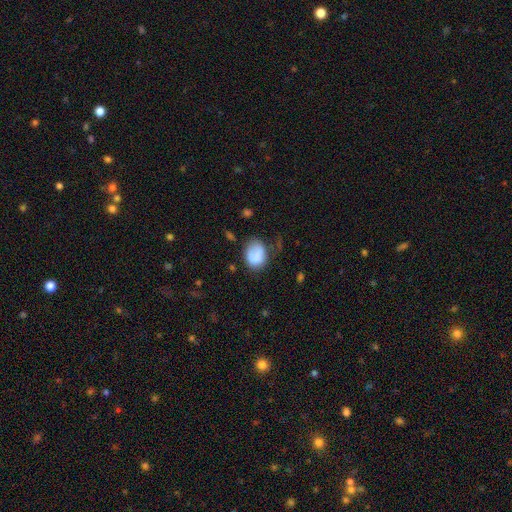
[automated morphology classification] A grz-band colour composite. It shows a smooth galaxy with no disk features (80%) that is in between round and cigar-shaped (58%). Merging: none (52%).